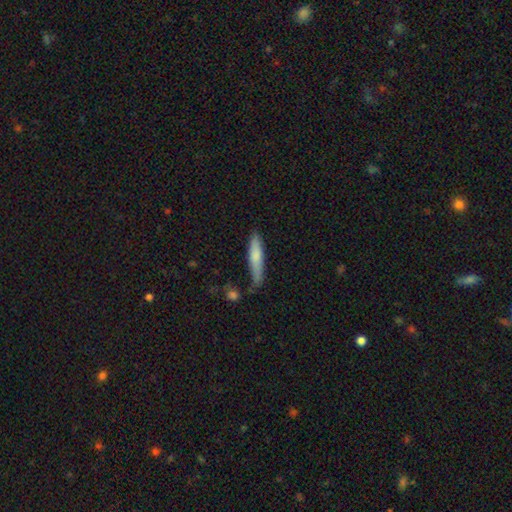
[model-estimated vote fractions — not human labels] The model was most divided on "merging": none: 67%, minor disturbance: 23%, major disturbance: 5%, merger: 5%. More confident: how rounded — cigar-shaped (84%); smooth or featured — smooth (74%).